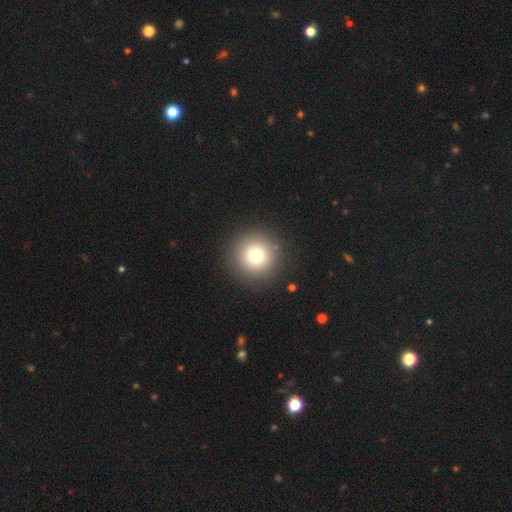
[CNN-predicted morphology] smooth-or-featured: smooth: 79% | star or artifact: 12% | featured or disk: 8%
  how-rounded: round: 96% | in between: 3% | cigar-shaped: 1%
  merging: none: 90% | minor disturbance: 6% | major disturbance: 3% | merger: 2%